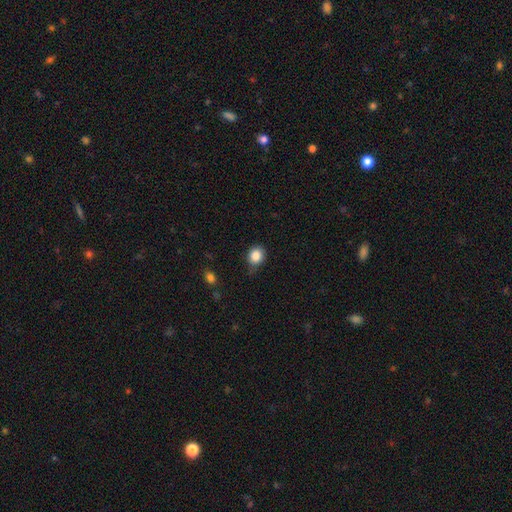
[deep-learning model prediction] Smooth or featured? Predicted: smooth (p=0.85). How rounded? Predicted: round (p=0.66). Merging? Predicted: none (p=0.63).